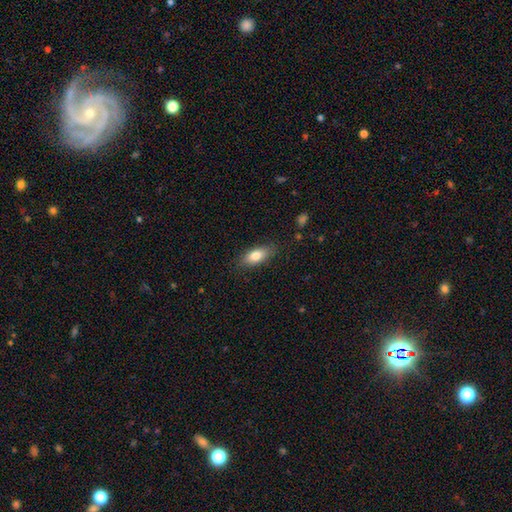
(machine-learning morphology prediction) This is likely a smooth galaxy (79%). How rounded: clearly in between (81%). Merging: clearly none (84%).